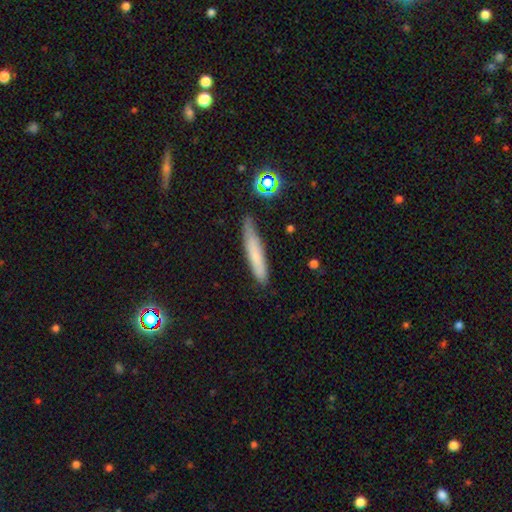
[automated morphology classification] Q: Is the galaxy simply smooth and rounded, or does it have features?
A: smooth — 68%.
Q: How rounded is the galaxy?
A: cigar-shaped — 91%.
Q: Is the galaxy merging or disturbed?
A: none — 77%.